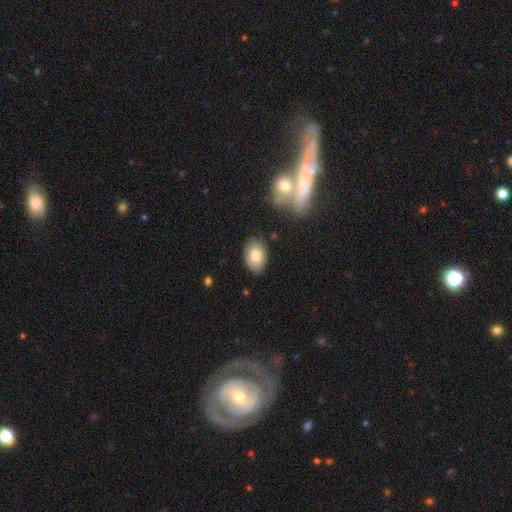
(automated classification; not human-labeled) Smooth or featured: smooth — 81% (featured or disk — 12%)
How rounded: in between — 87% (round — 12%)
Merging: none — 82% (minor disturbance — 13%)